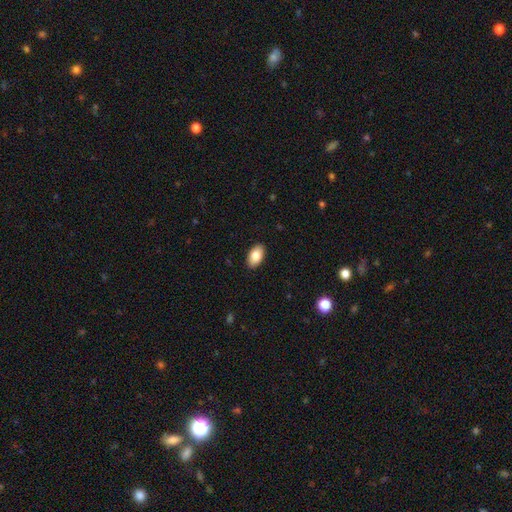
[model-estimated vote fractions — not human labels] A smooth galaxy with no disk features (84%) that is in between round and cigar-shaped (94%). Merging: none (89%).